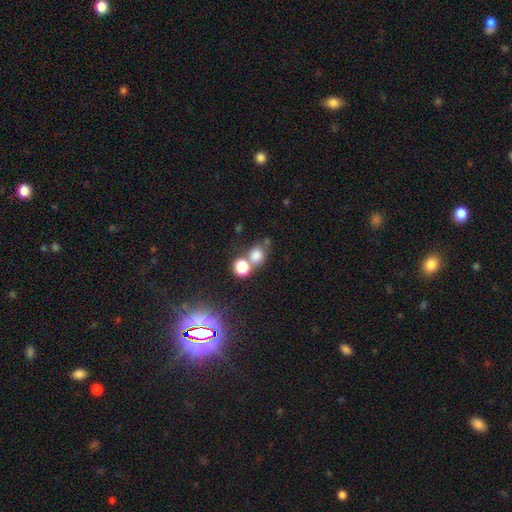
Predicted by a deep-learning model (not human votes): This appears to be a smooth galaxy with no disk features (76%) that is round (75%). Merging: none (46%).